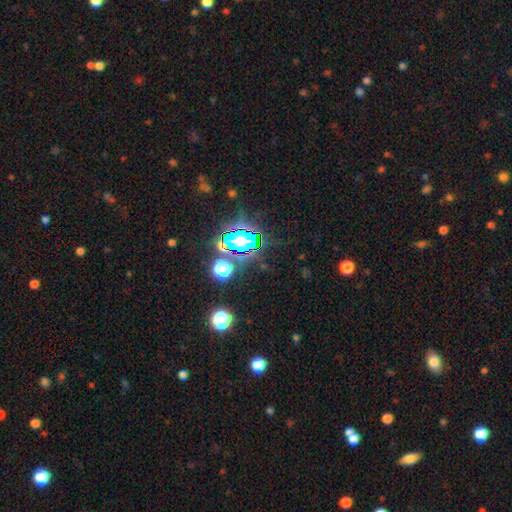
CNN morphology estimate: type=star or artifact (82%).